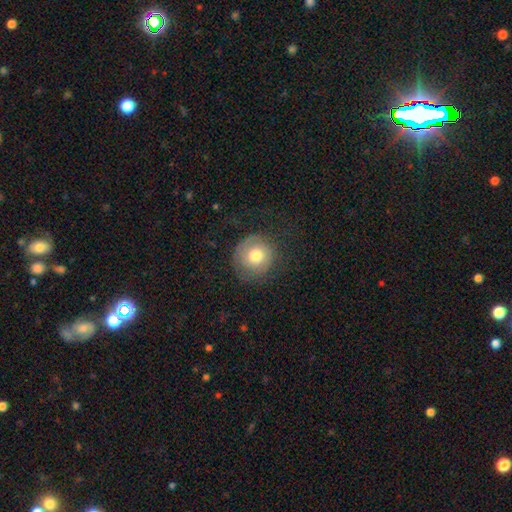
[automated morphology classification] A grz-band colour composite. It shows a smooth galaxy with no disk features (69%) that is round (91%). Merging: none (71%).